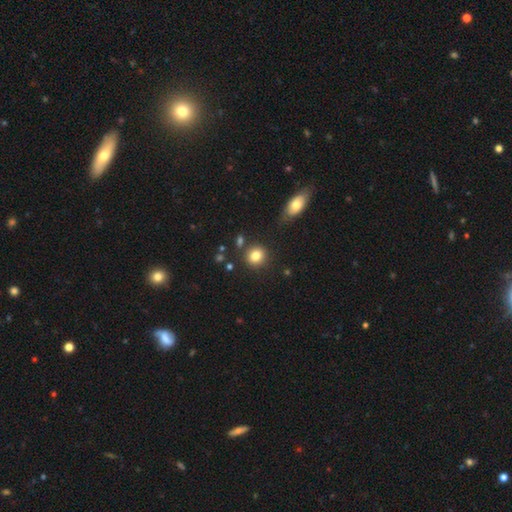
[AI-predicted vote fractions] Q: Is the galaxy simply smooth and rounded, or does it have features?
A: smooth — 83%.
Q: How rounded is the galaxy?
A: round — 83%.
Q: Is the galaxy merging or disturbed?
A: none — 83%.